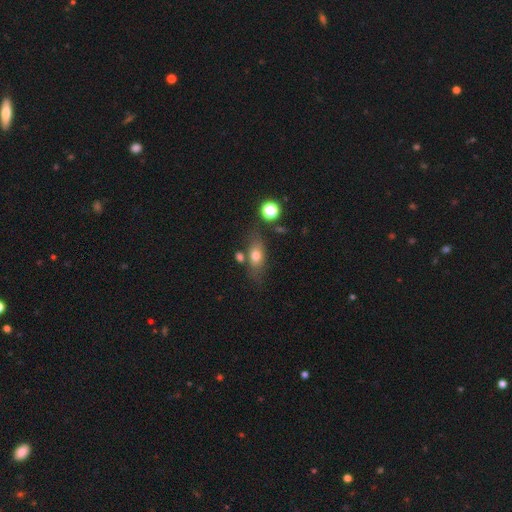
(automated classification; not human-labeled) smooth_or_featured: smooth (p=0.71) [alt: featured or disk p=0.19]
how_rounded: in between (p=0.75) [alt: round p=0.14]
merging: none (p=0.65) [alt: minor disturbance p=0.17]